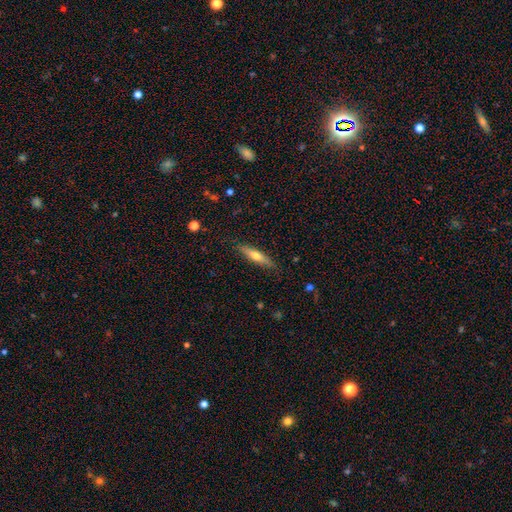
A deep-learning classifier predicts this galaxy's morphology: A smooth galaxy with no disk features (55%) that is cigar-shaped (80%).

Vote fractions:
- Smooth or featured? smooth: 55% / featured or disk: 39% / star or artifact: 6%
- How rounded? cigar-shaped: 80% / in between: 18% / round: 2%
- Merging? none: 86% / minor disturbance: 11% / major disturbance: 2% / merger: 1%